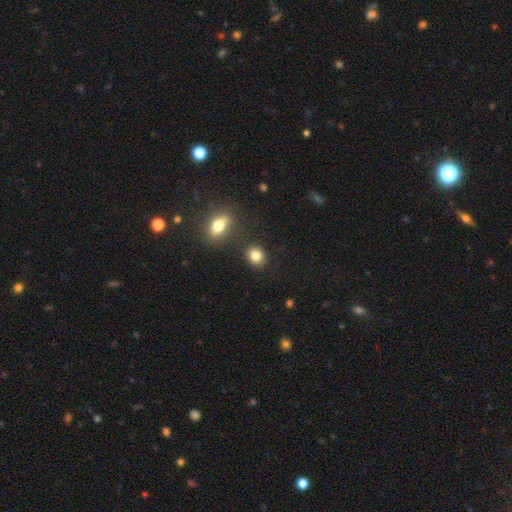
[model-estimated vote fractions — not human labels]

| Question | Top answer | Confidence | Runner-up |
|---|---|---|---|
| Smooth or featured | smooth | 83% | star or artifact (10%) |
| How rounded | round | 58% | in between (41%) |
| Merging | none | 82% | minor disturbance (9%) |